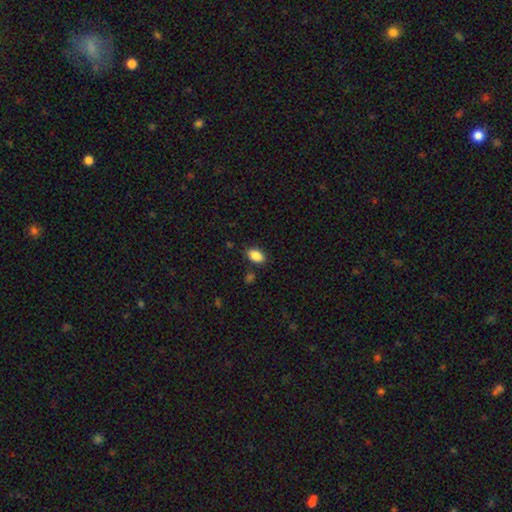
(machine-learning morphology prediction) Smooth or featured?
  - smooth: 88% *
  - star or artifact: 8%
  - featured or disk: 4%
How rounded?
  - in between: 90% *
  - round: 8%
  - cigar-shaped: 2%
Merging?
  - none: 83% *
  - minor disturbance: 12%
  - major disturbance: 3%
  - merger: 3%